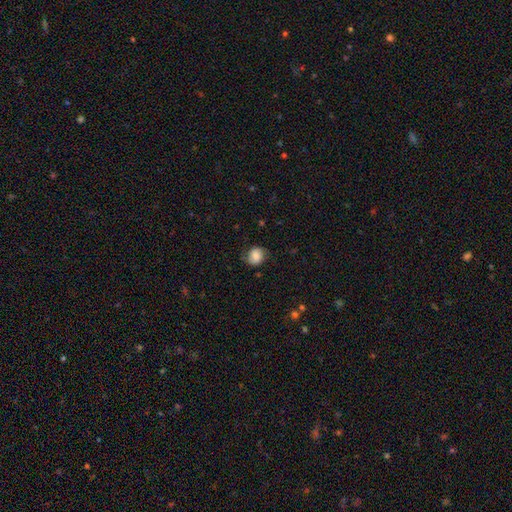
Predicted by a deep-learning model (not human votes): Smooth or featured?
  - smooth: 75% *
  - featured or disk: 16%
  - star or artifact: 9%
How rounded?
  - round: 65% *
  - in between: 34%
  - cigar-shaped: 1%
Merging?
  - none: 69% *
  - minor disturbance: 23%
  - major disturbance: 7%
  - merger: 1%